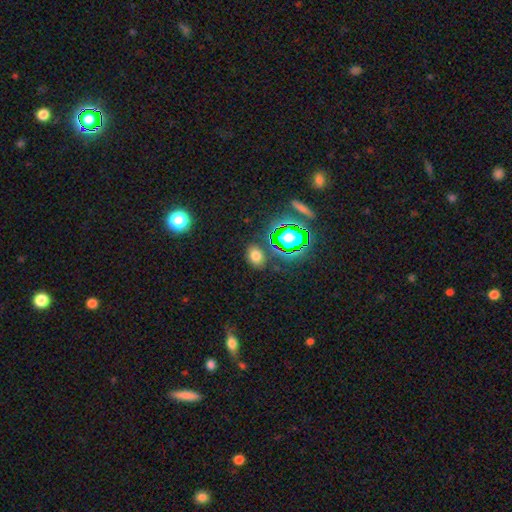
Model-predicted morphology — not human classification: Smooth or featured?
  - smooth: 67% *
  - star or artifact: 26%
  - featured or disk: 8%
How rounded?
  - in between: 64% *
  - round: 35%
  - cigar-shaped: 2%
Merging?
  - none: 81% *
  - minor disturbance: 11%
  - merger: 4%
  - major disturbance: 4%